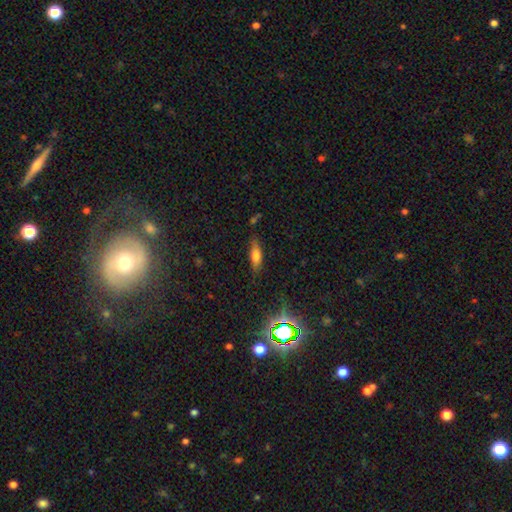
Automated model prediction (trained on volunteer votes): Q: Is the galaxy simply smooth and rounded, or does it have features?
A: smooth — 65%.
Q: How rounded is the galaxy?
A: in between — 51%.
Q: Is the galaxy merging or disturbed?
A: none — 77%.